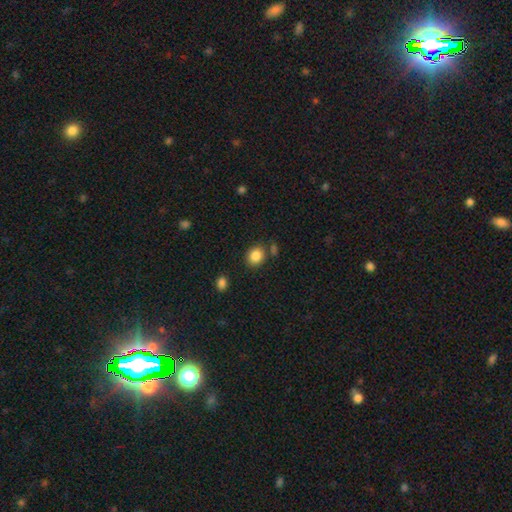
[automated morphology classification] This is clearly a smooth galaxy (86%). How rounded: likely round (70%). Merging: likely none (79%).